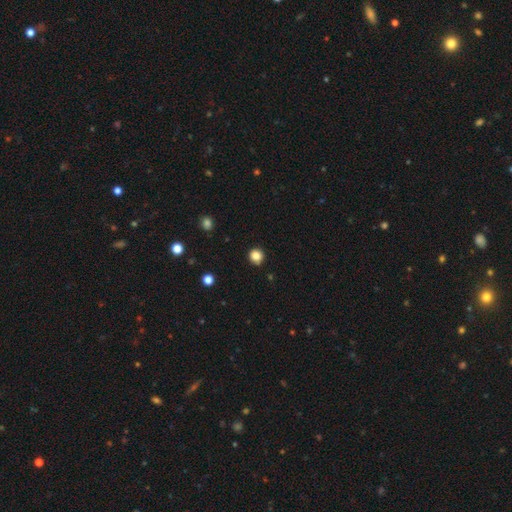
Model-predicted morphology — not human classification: Q: Smooth or featured?
A: smooth (84%); runner-up: star or artifact (12%)
Q: How rounded?
A: round (92%); runner-up: in between (7%)
Q: Merging?
A: none (89%); runner-up: minor disturbance (8%)